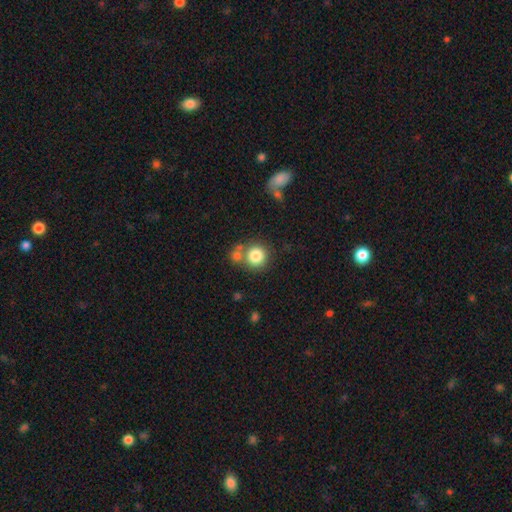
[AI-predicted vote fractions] Smooth or featured? smooth (82%)
How rounded? round (91%)
Merging? none (61%)